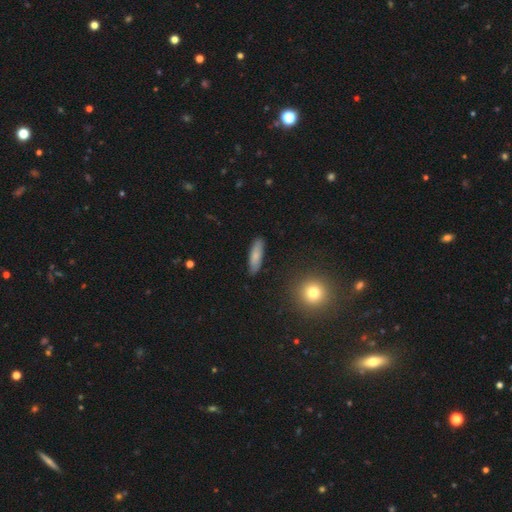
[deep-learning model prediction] smooth-or-featured: smooth: 75% | featured or disk: 18% | star or artifact: 7%
  how-rounded: cigar-shaped: 58% | in between: 40% | round: 2%
  merging: none: 86% | minor disturbance: 10% | major disturbance: 2% | merger: 1%